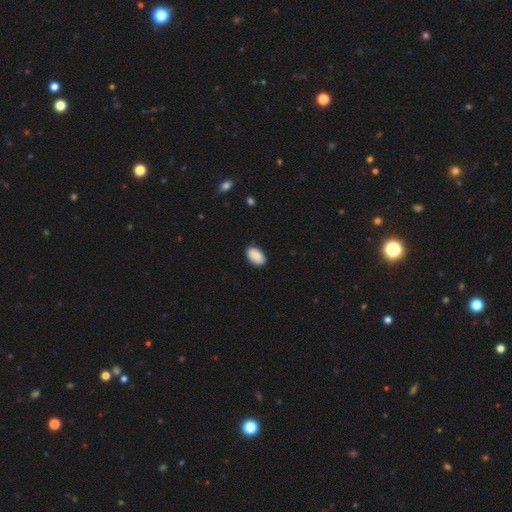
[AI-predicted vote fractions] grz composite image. It shows a smooth galaxy with no disk features (90%) that is in between round and cigar-shaped (93%). Merging: none (86%).